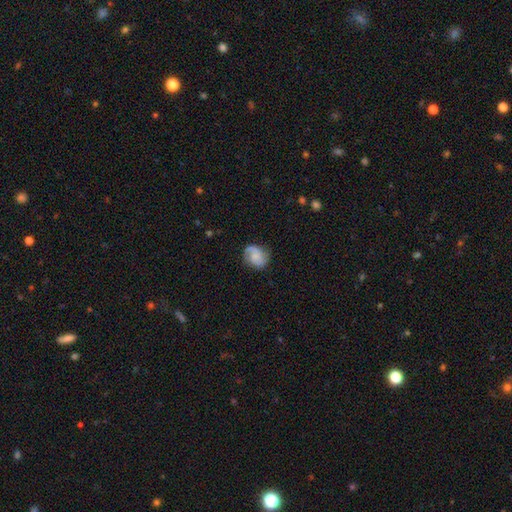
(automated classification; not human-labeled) Overall: featured or disk (61%; smooth 32%). Edge-on disk: no (98%). Bar: no (60%; weak 34%). Spiral arms: yes (92%). Spiral arm count: 2 (75%). Spiral winding: medium (45%; tight 34%). Bulge size: small (47%; moderate 27%). Merging: none (71%).